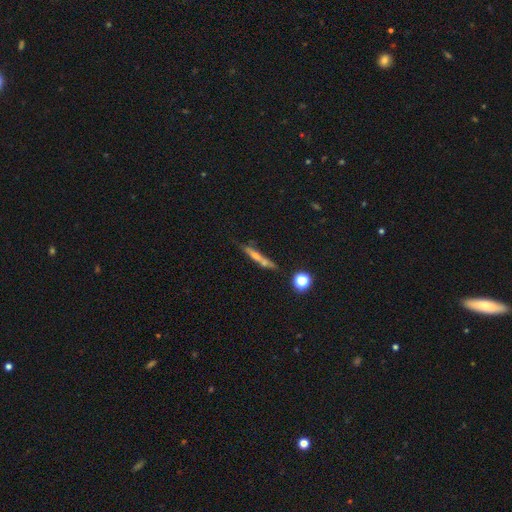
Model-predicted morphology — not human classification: Smooth or featured?
  - smooth: 45% *
  - featured or disk: 42%
  - star or artifact: 14%
Merging?
  - none: 64% *
  - minor disturbance: 15%
  - merger: 15%
  - major disturbance: 6%